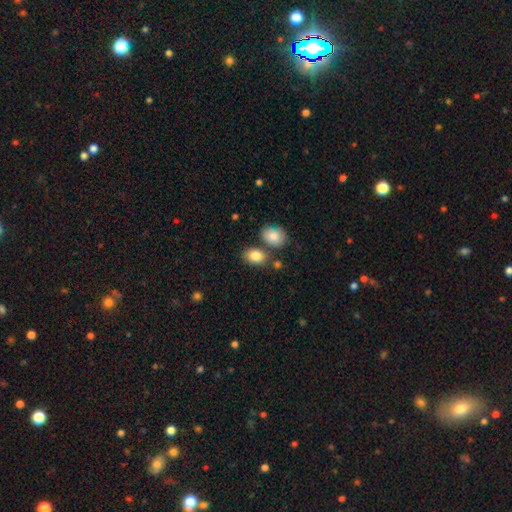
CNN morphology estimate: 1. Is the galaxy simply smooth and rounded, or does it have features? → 84% smooth, 8% star or artifact, 8% featured or disk.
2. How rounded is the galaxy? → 77% in between, 22% round, 1% cigar-shaped.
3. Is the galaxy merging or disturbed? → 64% none, 20% merger, 12% minor disturbance, 4% major disturbance.